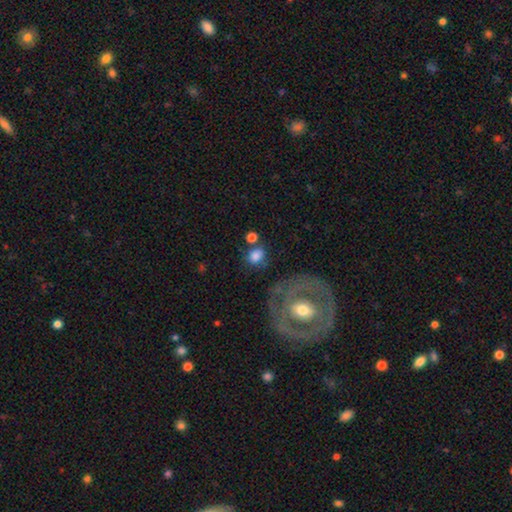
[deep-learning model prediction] This is likely a smooth galaxy (77%). How rounded: possibly round (50%). Merging: possibly none (56%).